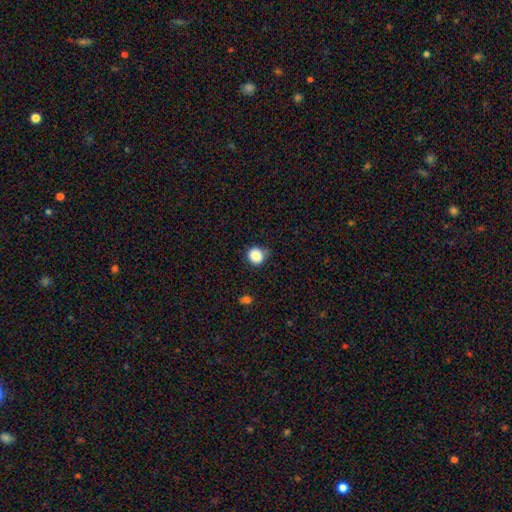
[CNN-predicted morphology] A smooth galaxy with no disk features (86%) that is round (89%).

Vote fractions:
- Smooth or featured? smooth: 86% / star or artifact: 10% / featured or disk: 4%
- How rounded? round: 89% / in between: 10% / cigar-shaped: 1%
- Merging? none: 75% / minor disturbance: 19% / major disturbance: 4% / merger: 2%